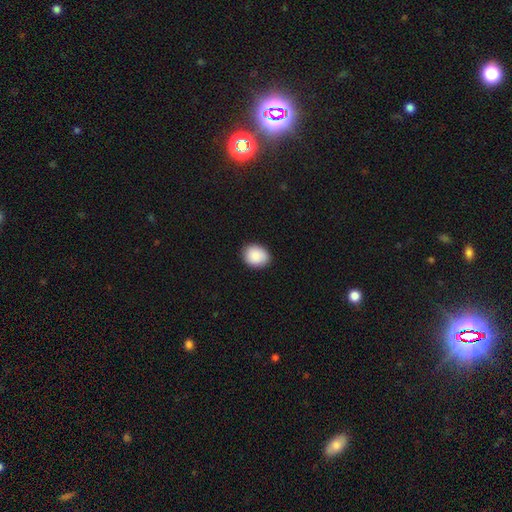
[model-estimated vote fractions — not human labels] smooth_or_featured: smooth (p=0.89) [alt: star or artifact p=0.07]
how_rounded: round (p=0.54) [alt: in between p=0.45]
merging: none (p=0.87) [alt: minor disturbance p=0.10]